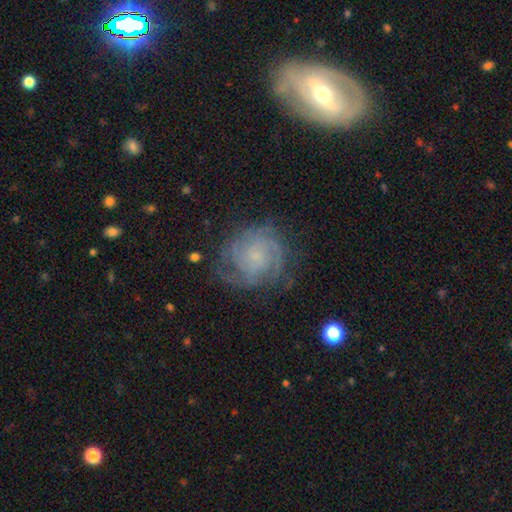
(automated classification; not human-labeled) The model was most divided on "spiral arm count": can't tell: 34%, 3: 22%, 2: 18%, 4: 13%, more than 4: 7%, 1: 6%. More confident: edge-on disk — no (98%); spiral arms — yes (94%); smooth or featured — featured or disk (78%); bar — no (75%); bulge size — small (72%); merging — none (70%); spiral winding — tight (64%).